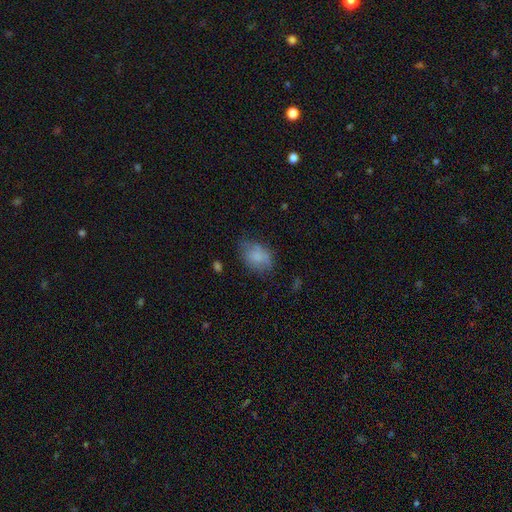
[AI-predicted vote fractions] A smooth galaxy with no disk features (73%) that is in between round and cigar-shaped (77%).

Vote fractions:
- Smooth or featured? smooth: 73% / featured or disk: 17% / star or artifact: 10%
- How rounded? in between: 77% / round: 22% / cigar-shaped: 1%
- Merging? none: 56% / minor disturbance: 29% / major disturbance: 12% / merger: 3%